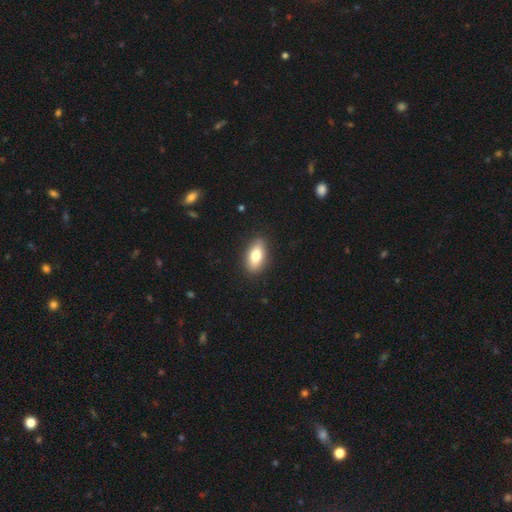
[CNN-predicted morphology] Smooth or featured? Predicted: smooth (p=0.76). How rounded? Predicted: in between (p=0.86). Merging? Predicted: none (p=0.88).